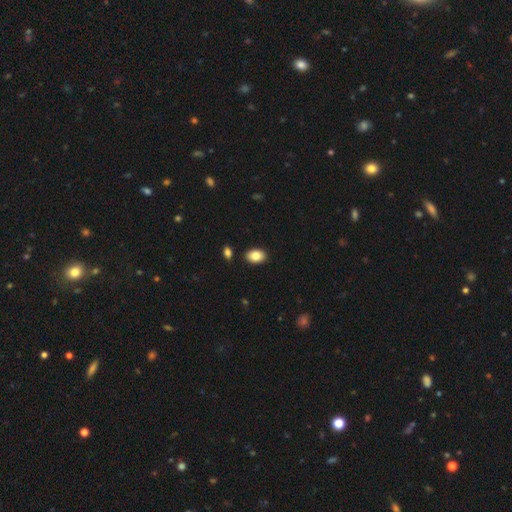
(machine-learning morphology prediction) This is clearly a smooth galaxy (84%). How rounded: clearly in between (84%). Merging: clearly none (88%).